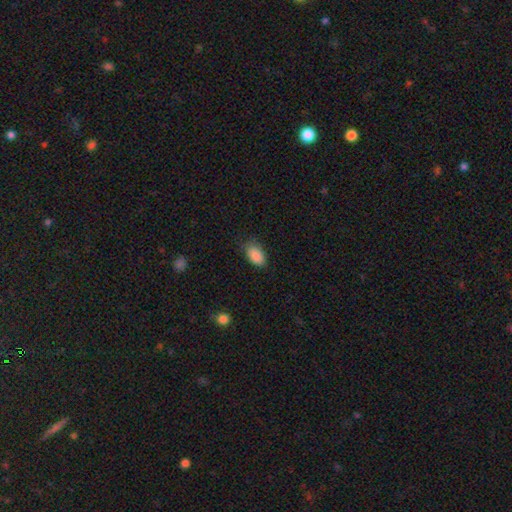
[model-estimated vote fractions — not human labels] Smooth or featured: smooth — 88% (star or artifact — 8%)
How rounded: in between — 92% (round — 6%)
Merging: none — 75% (minor disturbance — 20%)